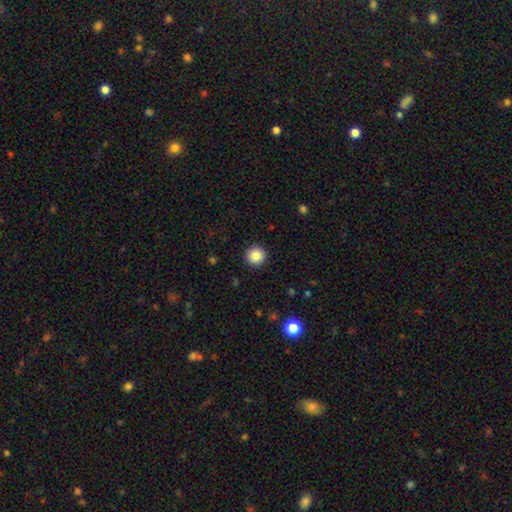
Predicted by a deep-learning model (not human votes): This appears to be a smooth galaxy with no disk features (87%) that is round (96%). Merging: none (93%).